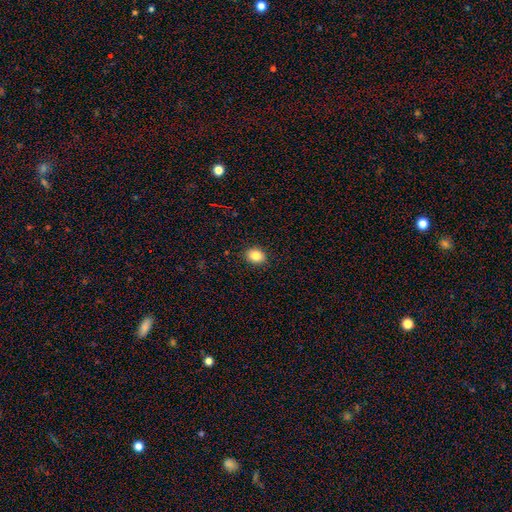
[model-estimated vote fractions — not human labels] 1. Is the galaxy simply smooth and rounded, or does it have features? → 84% smooth, 9% star or artifact, 6% featured or disk.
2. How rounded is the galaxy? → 50% in between, 49% round, 1% cigar-shaped.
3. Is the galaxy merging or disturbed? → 91% none, 7% minor disturbance, 2% major disturbance, 1% merger.